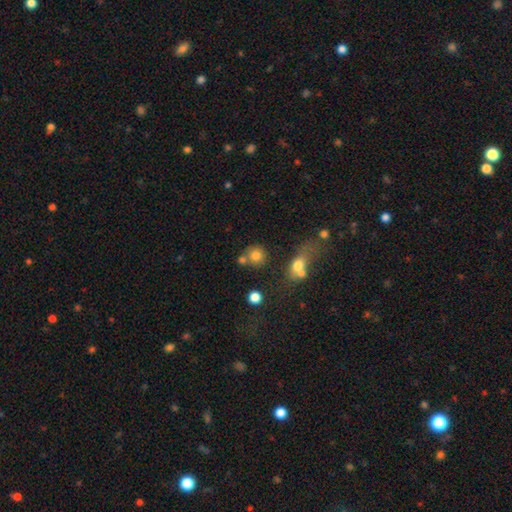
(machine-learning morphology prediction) Smooth or featured?
  - smooth: 78% *
  - star or artifact: 12%
  - featured or disk: 10%
How rounded?
  - round: 87% *
  - in between: 11%
  - cigar-shaped: 1%
Merging?
  - none: 58% *
  - merger: 26%
  - minor disturbance: 11%
  - major disturbance: 5%